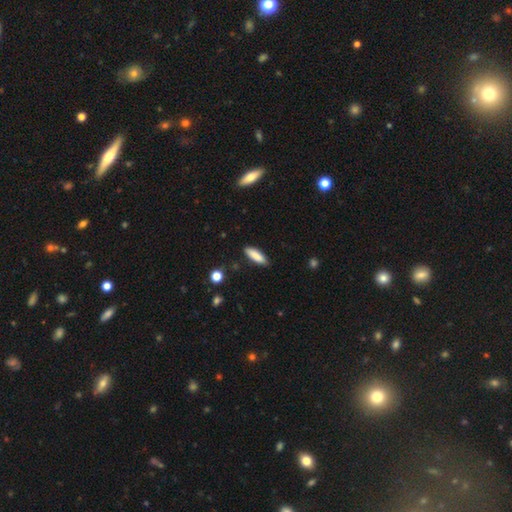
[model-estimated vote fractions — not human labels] Smooth or featured?
  - smooth: 85% *
  - featured or disk: 8%
  - star or artifact: 6%
How rounded?
  - cigar-shaped: 55% *
  - in between: 43%
  - round: 2%
Merging?
  - none: 86% *
  - minor disturbance: 10%
  - major disturbance: 2%
  - merger: 1%